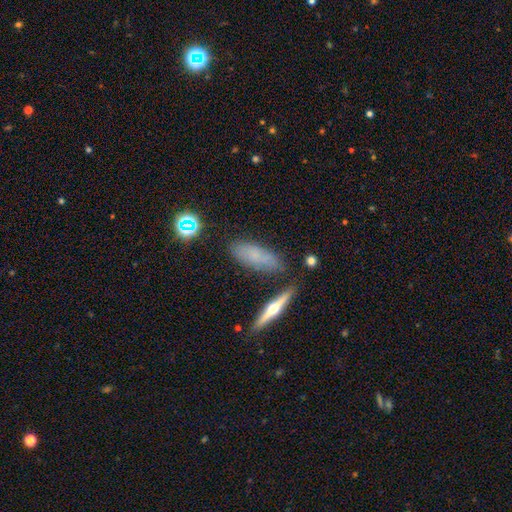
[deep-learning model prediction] Q: Smooth or featured?
A: smooth (61%); runner-up: featured or disk (26%)
Q: How rounded?
A: in between (64%); runner-up: cigar-shaped (32%)
Q: Merging?
A: none (71%); runner-up: minor disturbance (18%)